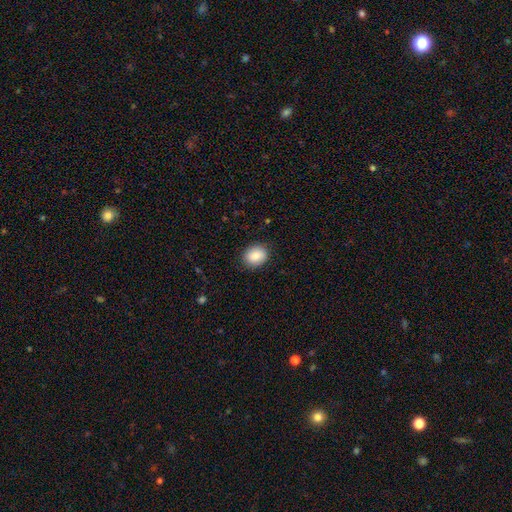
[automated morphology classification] Smooth or featured?
  - smooth: 87% *
  - star or artifact: 8%
  - featured or disk: 6%
How rounded?
  - round: 54% *
  - in between: 45%
  - cigar-shaped: 1%
Merging?
  - none: 88% *
  - minor disturbance: 9%
  - major disturbance: 2%
  - merger: 1%